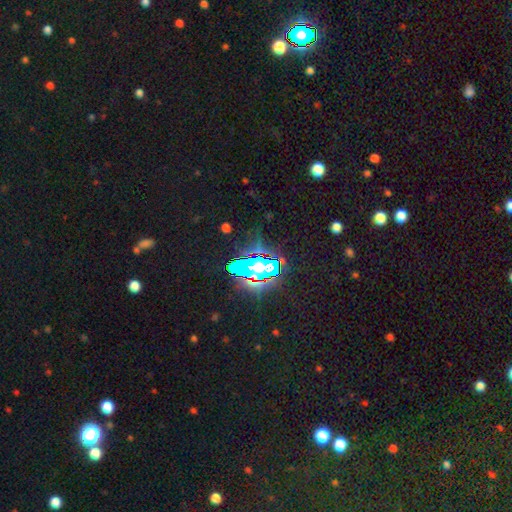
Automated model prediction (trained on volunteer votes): Smooth or featured? star or artifact (69%)